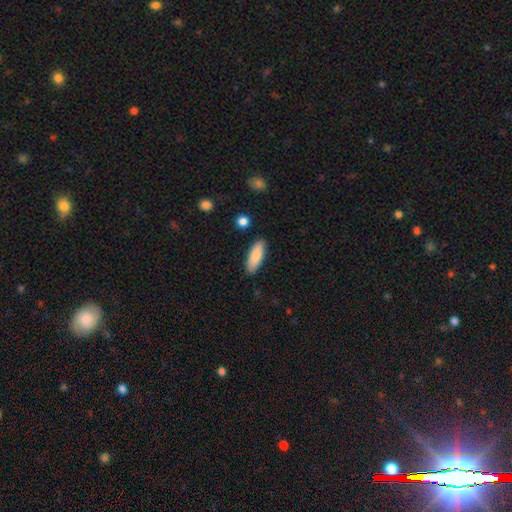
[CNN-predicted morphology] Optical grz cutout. It shows a smooth galaxy with no disk features (86%) that is in between round and cigar-shaped (67%). Merging: none (86%).